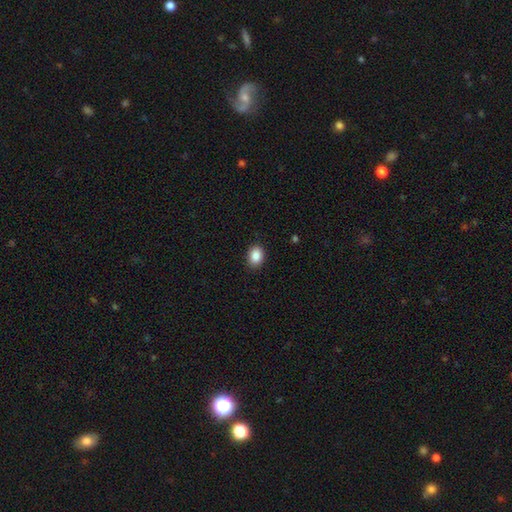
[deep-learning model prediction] A smooth galaxy with no disk features (88%) that is in between round and cigar-shaped (63%). Merging: none (89%).